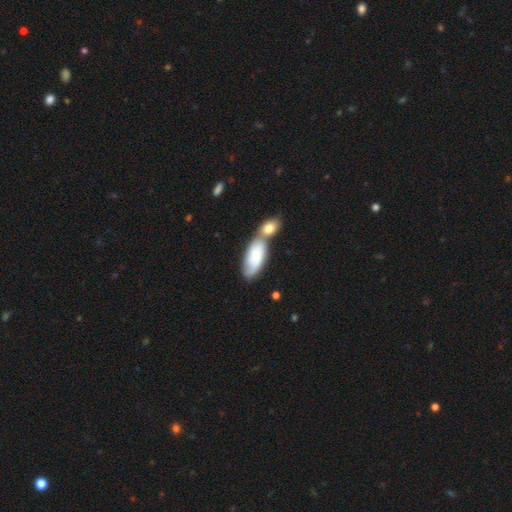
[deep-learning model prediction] This appears to be a smooth galaxy with no disk features (60%) that is in between round and cigar-shaped (83%). Merging: merger (57%).